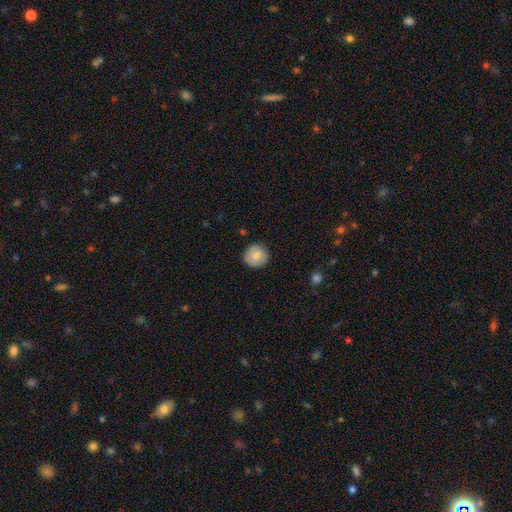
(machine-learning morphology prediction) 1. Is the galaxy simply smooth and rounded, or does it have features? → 84% smooth, 9% featured or disk, 7% star or artifact.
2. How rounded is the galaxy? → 93% round, 6% in between, 1% cigar-shaped.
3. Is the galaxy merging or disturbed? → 87% none, 10% minor disturbance, 2% major disturbance, 1% merger.